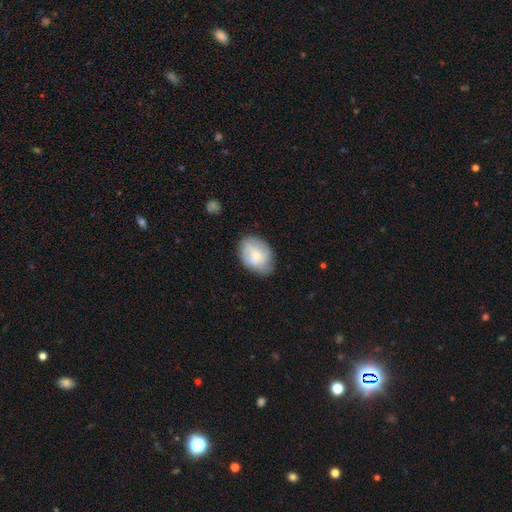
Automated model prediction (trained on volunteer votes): smooth 52%, featured or disk 41%, star or artifact 7%. Down the decision tree: how rounded — in between (70%); merging — none (72%).